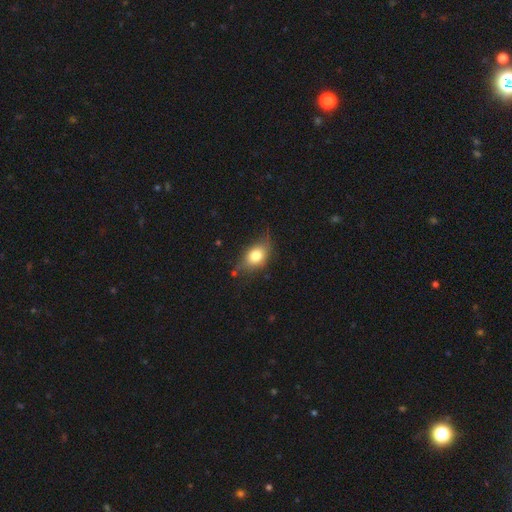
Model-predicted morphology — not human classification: smooth_or_featured: smooth (p=0.73) [alt: featured or disk p=0.18]
how_rounded: in between (p=0.71) [alt: round p=0.26]
merging: none (p=0.61) [alt: minor disturbance p=0.29]